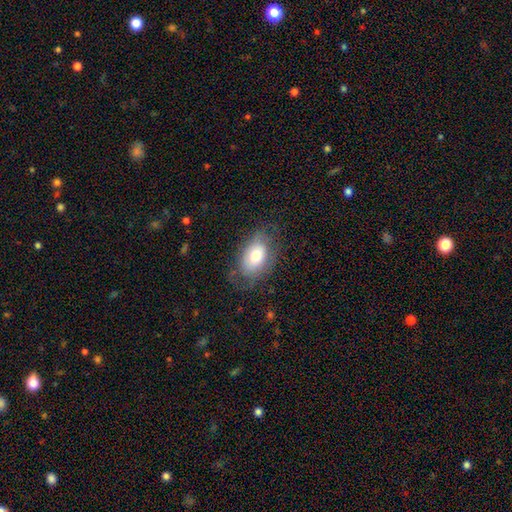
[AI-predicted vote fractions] Q: Smooth or featured?
A: smooth (68%); runner-up: featured or disk (24%)
Q: How rounded?
A: in between (89%); runner-up: round (9%)
Q: Merging?
A: none (65%); runner-up: minor disturbance (23%)